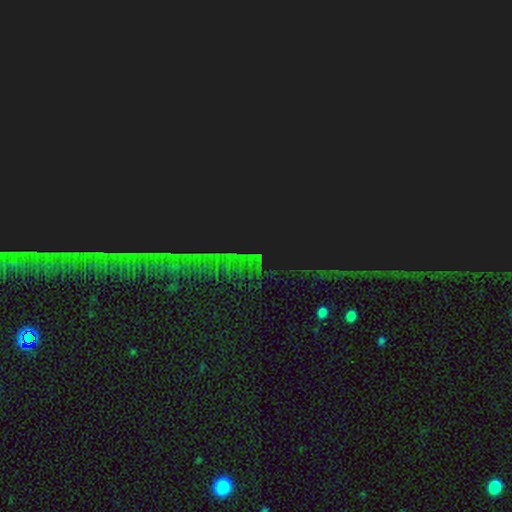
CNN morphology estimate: smooth_or_featured: star or artifact (p=0.84) [alt: smooth p=0.08]